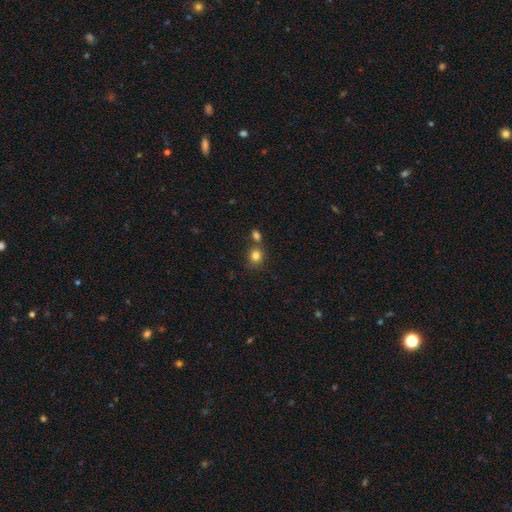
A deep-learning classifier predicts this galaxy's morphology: A smooth galaxy with no disk features (82%) that is round (77%). Merging: none (62%).